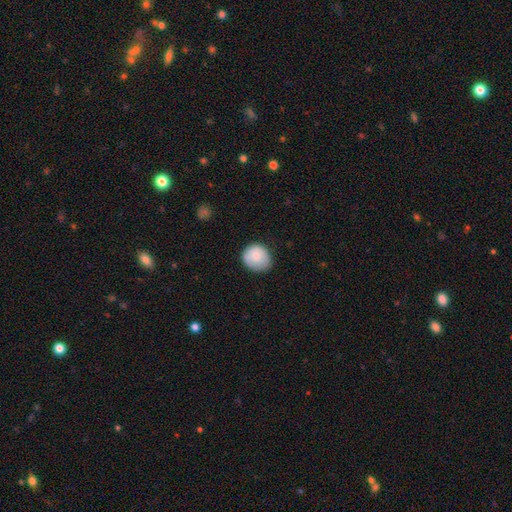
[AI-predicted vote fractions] The model was most divided on "merging": none: 76%, minor disturbance: 19%, major disturbance: 4%, merger: 1%. More confident: how rounded — round (80%); smooth or featured — smooth (77%).